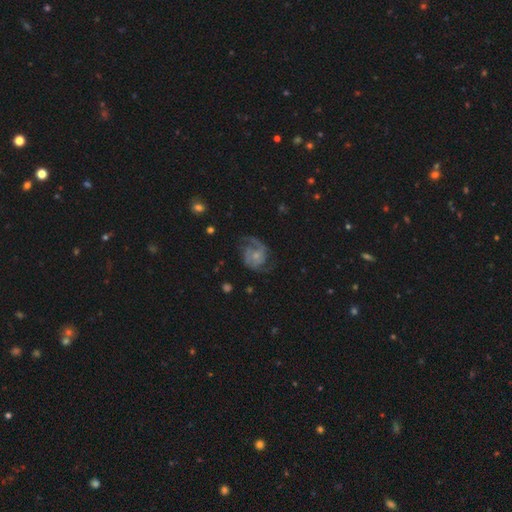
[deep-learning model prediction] smooth-or-featured: featured or disk: 75% | smooth: 18% | star or artifact: 7%
  disk-edge-on: no: 98% | yes: 2%
    bar: no: 70% | weak: 26% | strong: 5%
    has-spiral-arms: yes: 90% | no: 10%
      spiral-winding: medium: 49% | loose: 30% | tight: 21%
      spiral-arm-count: 2: 71% | can't tell: 11% | 1: 8% | 3: 6% | 4: 2% | more than 4: 2%
    bulge-size: small: 57% | moderate: 28% | none: 9% | large: 4% | dominant: 1%
  merging: none: 54% | major disturbance: 23% | minor disturbance: 22% | merger: 2%